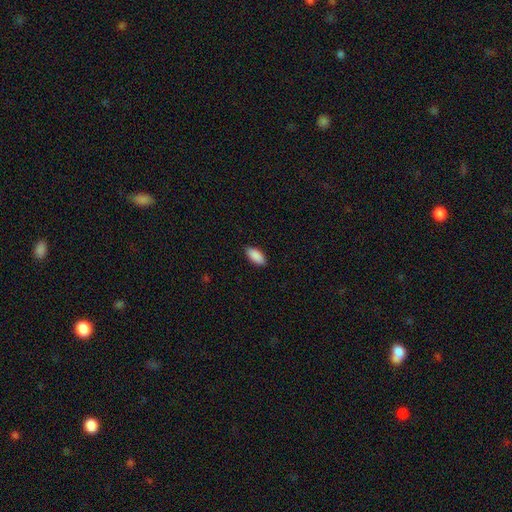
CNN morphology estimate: Smooth or featured?
  - smooth: 91% *
  - star or artifact: 6%
  - featured or disk: 3%
How rounded?
  - in between: 92% *
  - cigar-shaped: 6%
  - round: 2%
Merging?
  - none: 89% *
  - minor disturbance: 9%
  - major disturbance: 2%
  - merger: 1%